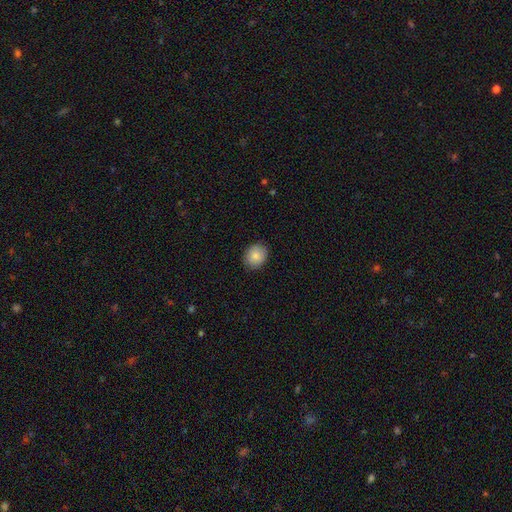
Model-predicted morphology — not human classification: A smooth galaxy with no disk features (85%) that is round (58%).

Vote fractions:
- Smooth or featured? smooth: 85% / star or artifact: 8% / featured or disk: 7%
- How rounded? round: 58% / in between: 41% / cigar-shaped: 1%
- Merging? none: 88% / minor disturbance: 9% / major disturbance: 2% / merger: 1%